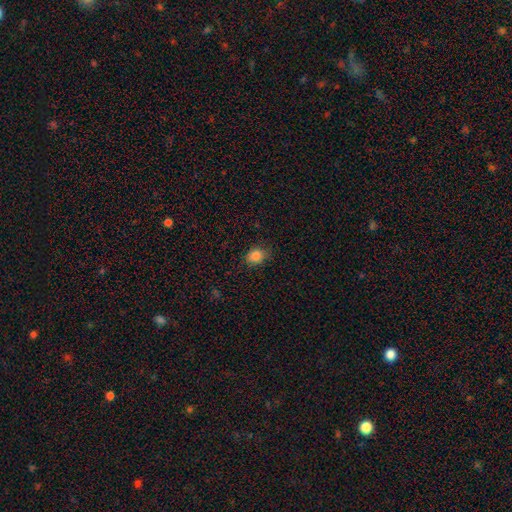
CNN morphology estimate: smooth-or-featured: smooth: 84% | star or artifact: 11% | featured or disk: 5%
  how-rounded: round: 53% | in between: 46% | cigar-shaped: 1%
  merging: none: 81% | minor disturbance: 14% | major disturbance: 3% | merger: 1%